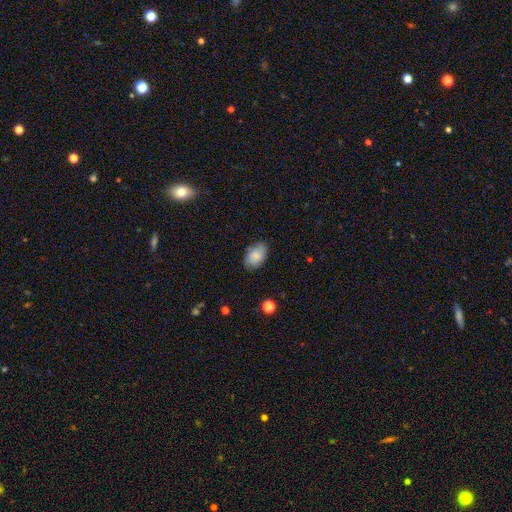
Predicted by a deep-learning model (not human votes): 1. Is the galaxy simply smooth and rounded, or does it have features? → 79% smooth, 14% featured or disk, 7% star or artifact.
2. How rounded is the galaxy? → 89% in between, 10% round, 1% cigar-shaped.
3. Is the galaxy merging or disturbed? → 78% none, 18% minor disturbance, 3% major disturbance, 1% merger.